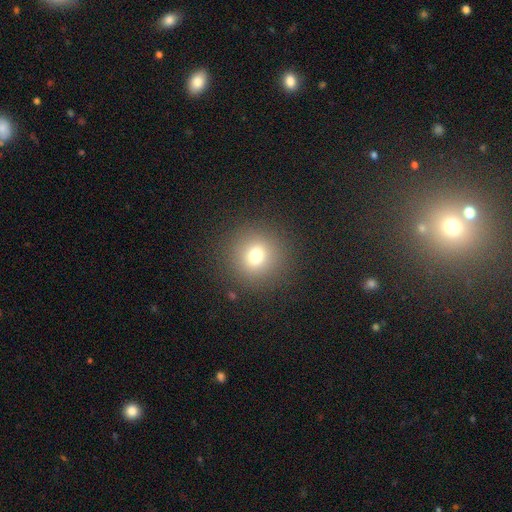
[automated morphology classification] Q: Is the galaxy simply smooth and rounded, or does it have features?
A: smooth — 72%.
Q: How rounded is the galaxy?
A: round — 94%.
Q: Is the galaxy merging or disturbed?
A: none — 89%.